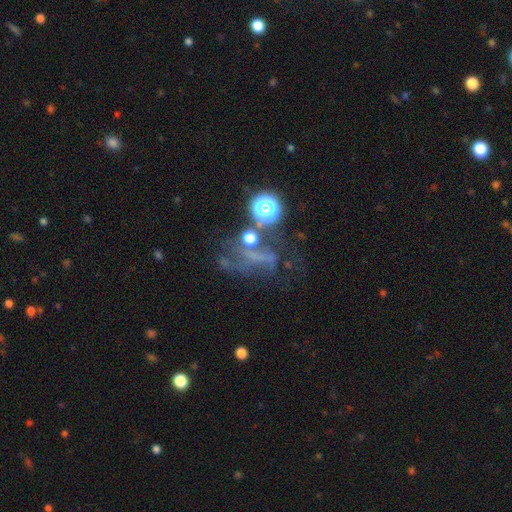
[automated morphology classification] Smooth or featured? featured or disk (39%)
Merging? none (38%)